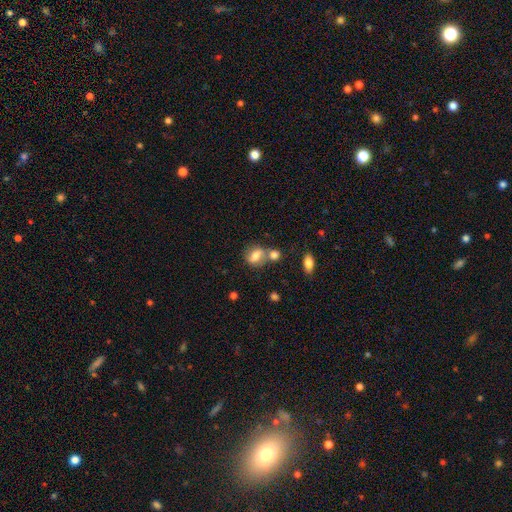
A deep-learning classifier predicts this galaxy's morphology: Smooth or featured?
  - smooth: 70% *
  - featured or disk: 20%
  - star or artifact: 10%
How rounded?
  - in between: 66% *
  - round: 30%
  - cigar-shaped: 3%
Merging?
  - none: 45% *
  - merger: 35%
  - minor disturbance: 14%
  - major disturbance: 6%